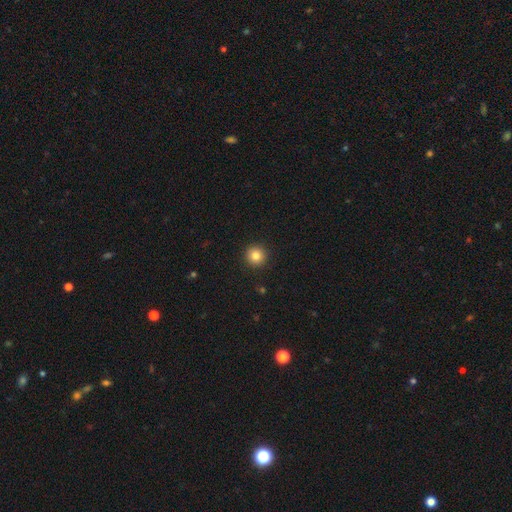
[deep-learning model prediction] Q: Smooth or featured?
A: smooth (83%); runner-up: star or artifact (11%)
Q: How rounded?
A: round (96%); runner-up: in between (3%)
Q: Merging?
A: none (93%); runner-up: minor disturbance (4%)